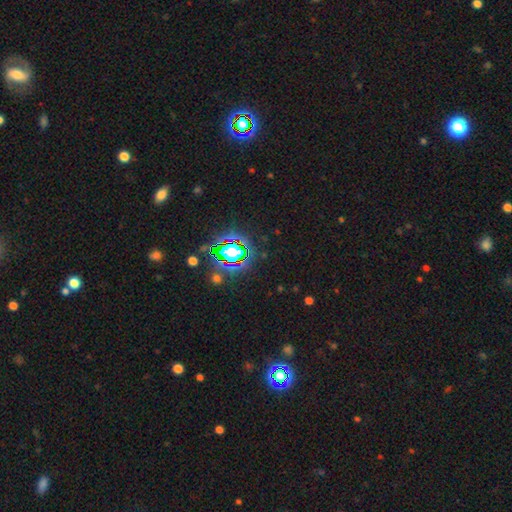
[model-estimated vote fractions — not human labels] A star or artifact, not a galaxy (81%).

Vote fractions:
- Smooth or featured? star or artifact: 81% / smooth: 10% / featured or disk: 8%